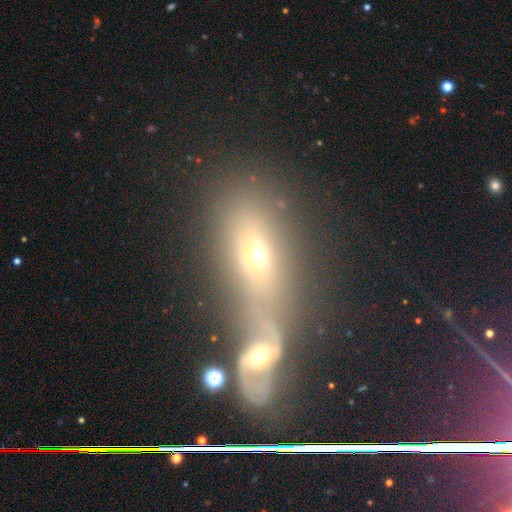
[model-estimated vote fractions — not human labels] This appears to be a smooth galaxy with no disk features (49%). Merging: merger (51%).